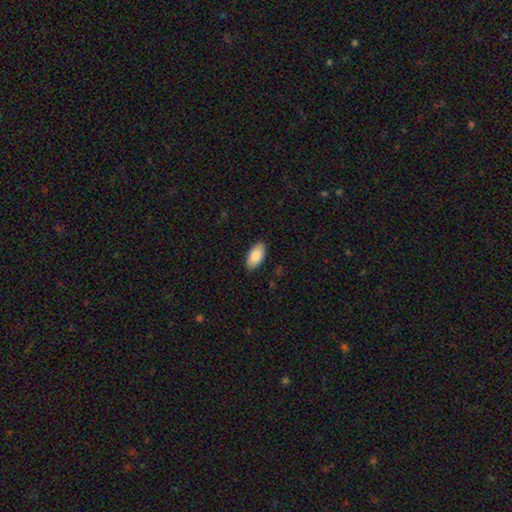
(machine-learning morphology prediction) smooth_or_featured: smooth (p=0.86) [alt: featured or disk p=0.08]
how_rounded: in between (p=0.95) [alt: cigar-shaped p=0.03]
merging: none (p=0.88) [alt: minor disturbance p=0.09]